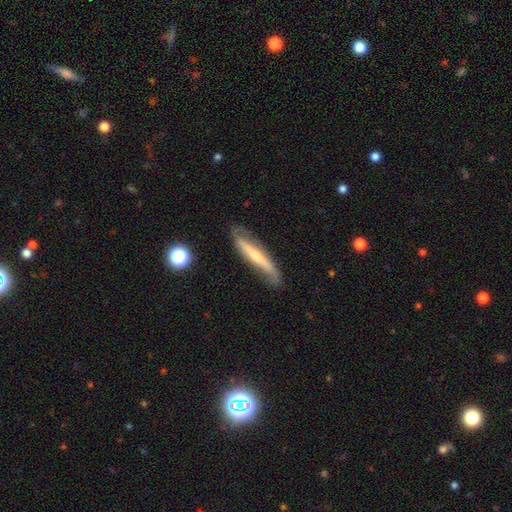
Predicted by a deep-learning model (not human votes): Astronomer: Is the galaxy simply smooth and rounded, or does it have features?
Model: featured or disk — 64%.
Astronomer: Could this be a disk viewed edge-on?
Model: yes — 65%.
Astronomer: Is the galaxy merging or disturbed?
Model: none — 67%.